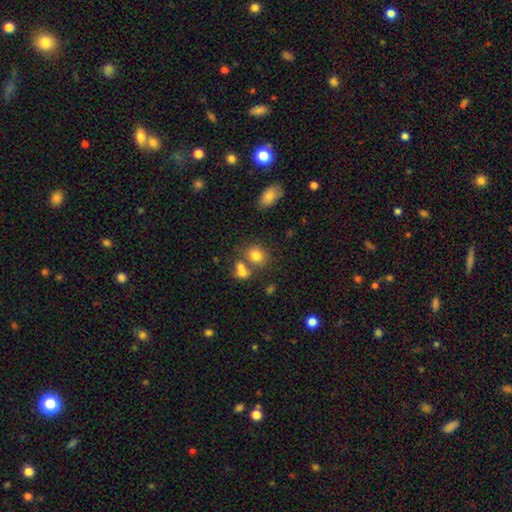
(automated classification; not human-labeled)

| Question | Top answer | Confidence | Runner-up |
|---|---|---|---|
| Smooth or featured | smooth | 79% | star or artifact (12%) |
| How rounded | round | 60% | in between (39%) |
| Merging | none | 55% | merger (29%) |